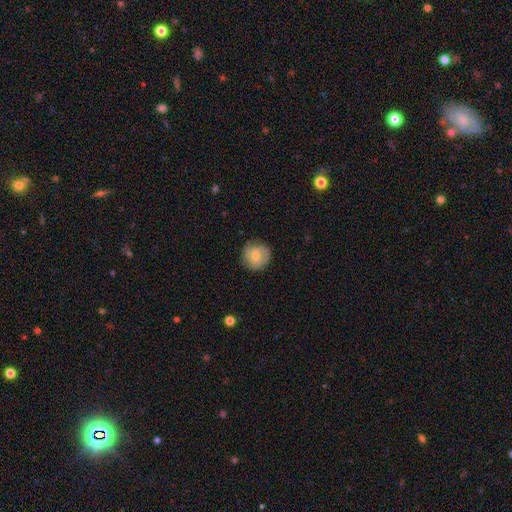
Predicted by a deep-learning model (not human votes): Morphology: type=smooth (54%); roundness=round (90%); merging=none (78%).